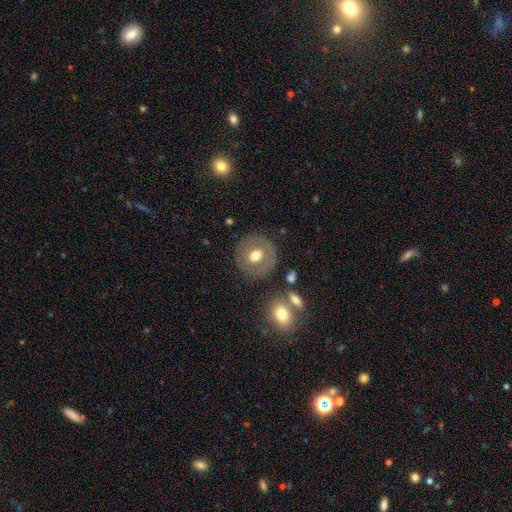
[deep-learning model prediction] Smooth or featured? smooth (59%)
How rounded? round (89%)
Merging? none (82%)